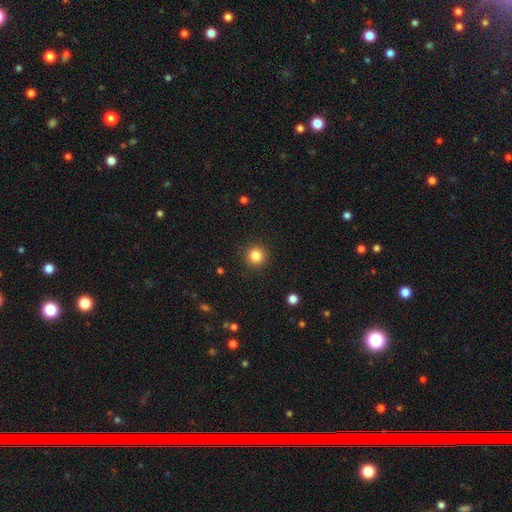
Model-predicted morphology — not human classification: A smooth galaxy with no disk features (84%) that is round (95%).

Vote fractions:
- Smooth or featured? smooth: 84% / star or artifact: 11% / featured or disk: 5%
- How rounded? round: 95% / in between: 5% / cigar-shaped: 1%
- Merging? none: 91% / minor disturbance: 6% / major disturbance: 2% / merger: 1%